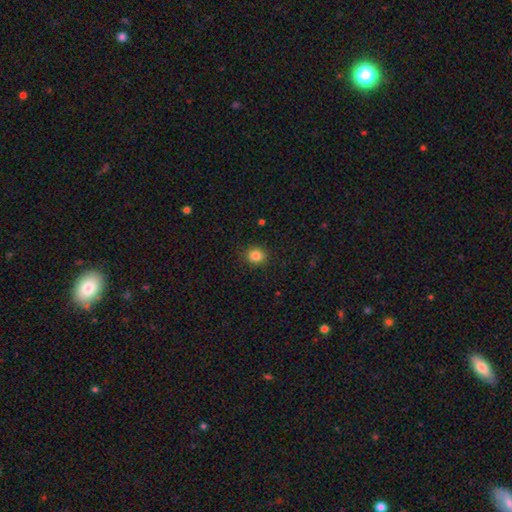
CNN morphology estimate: A smooth galaxy with no disk features (84%) that is round (80%).

Vote fractions:
- Smooth or featured? smooth: 84% / star or artifact: 11% / featured or disk: 5%
- How rounded? round: 80% / in between: 19% / cigar-shaped: 1%
- Merging? none: 90% / minor disturbance: 7% / major disturbance: 2% / merger: 1%